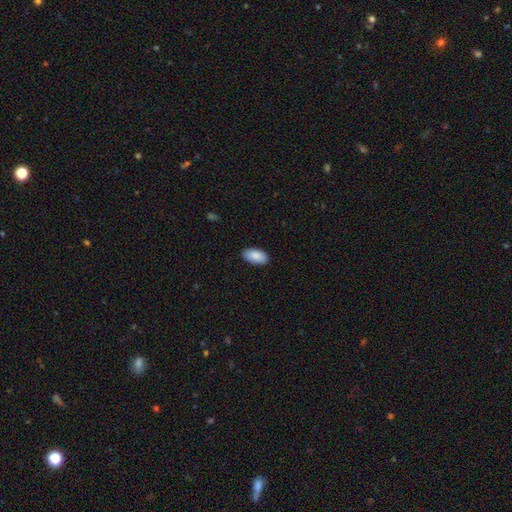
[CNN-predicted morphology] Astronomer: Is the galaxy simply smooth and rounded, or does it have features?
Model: smooth — 90%.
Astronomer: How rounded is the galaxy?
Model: in between — 95%.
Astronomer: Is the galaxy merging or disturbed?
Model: none — 89%.